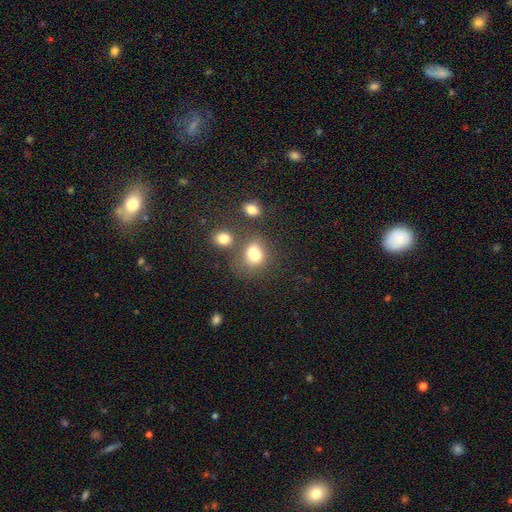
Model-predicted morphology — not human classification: A smooth galaxy with no disk features (72%) that is round (53%). Merging: merger (47%).